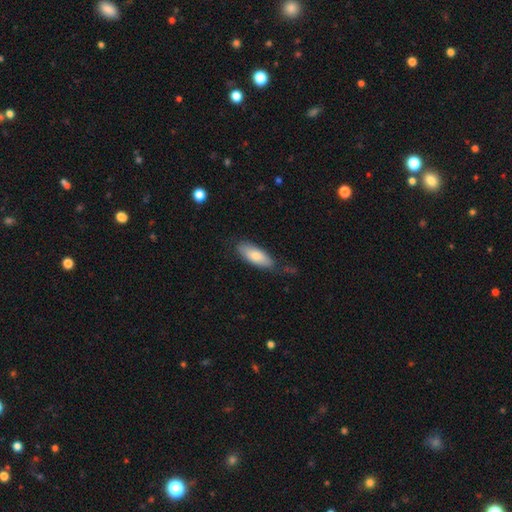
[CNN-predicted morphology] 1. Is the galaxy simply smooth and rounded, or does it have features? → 78% smooth, 16% featured or disk, 6% star or artifact.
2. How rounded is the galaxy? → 74% in between, 24% cigar-shaped, 2% round.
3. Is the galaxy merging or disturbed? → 72% none, 21% minor disturbance, 5% major disturbance, 2% merger.